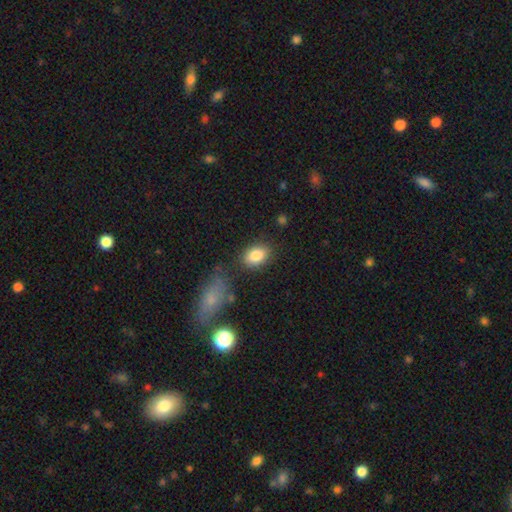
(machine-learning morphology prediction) This appears to be a smooth galaxy with no disk features (84%) that is in between round and cigar-shaped (81%). Merging: none (79%).